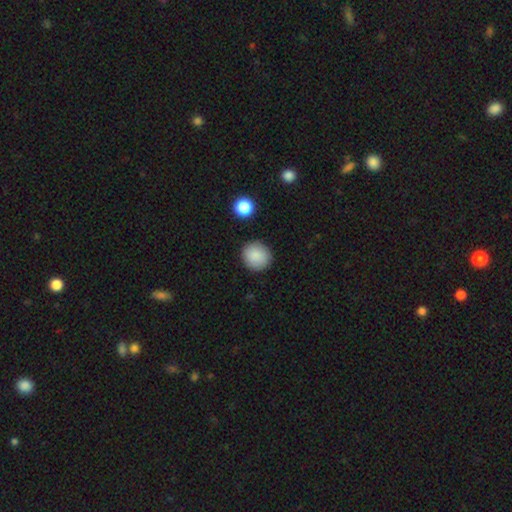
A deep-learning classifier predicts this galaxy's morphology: Overall: smooth (88%). How rounded: round (91%). Merging: none (89%).